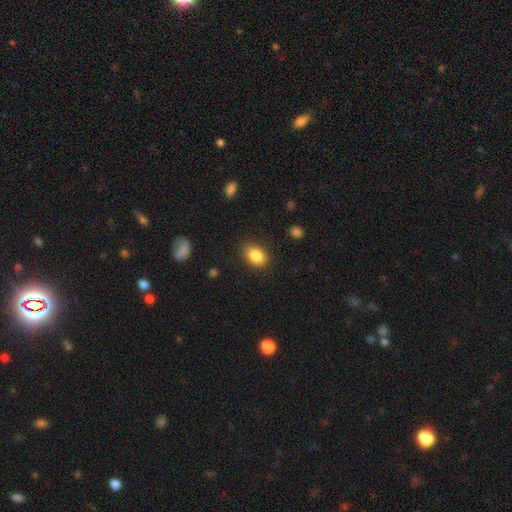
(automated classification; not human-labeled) Smooth or featured: smooth — 86% (star or artifact — 8%)
How rounded: in between — 82% (round — 16%)
Merging: none — 85% (minor disturbance — 11%)